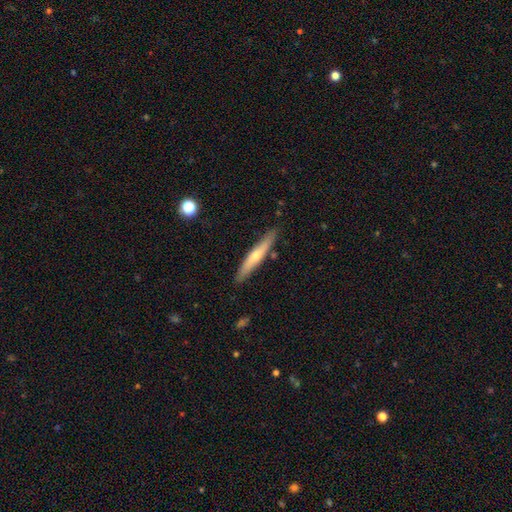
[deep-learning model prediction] Q: Smooth or featured?
A: smooth (49%); runner-up: featured or disk (45%)
Q: Merging?
A: none (86%); runner-up: minor disturbance (10%)